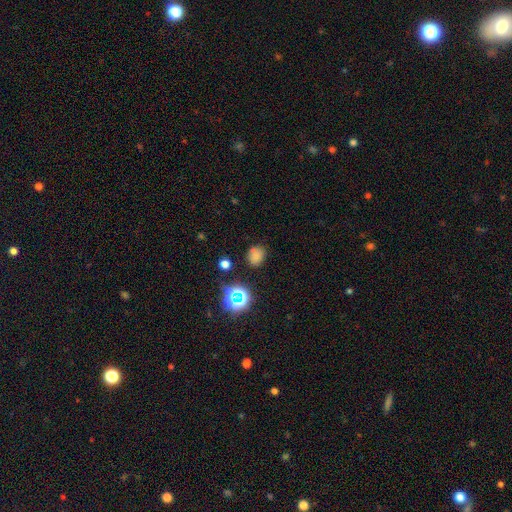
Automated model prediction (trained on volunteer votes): Morphology: type=smooth (72%); roundness=round (57%); merging=none (78%).